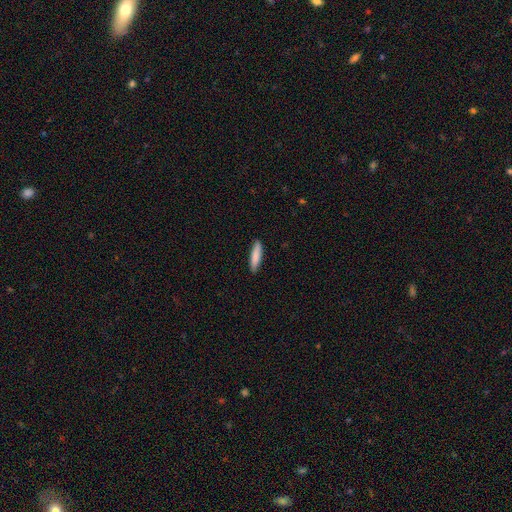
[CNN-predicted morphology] This is clearly a smooth galaxy (85%). How rounded: likely cigar-shaped (80%). Merging: clearly none (89%).